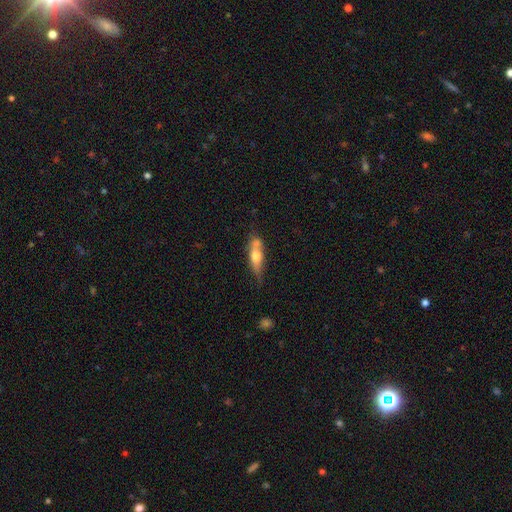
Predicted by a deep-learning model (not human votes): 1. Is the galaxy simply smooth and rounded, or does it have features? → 55% smooth, 38% featured or disk, 7% star or artifact.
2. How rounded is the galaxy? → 58% cigar-shaped, 39% in between, 3% round.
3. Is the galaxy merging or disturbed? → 48% none, 26% minor disturbance, 18% merger, 8% major disturbance.